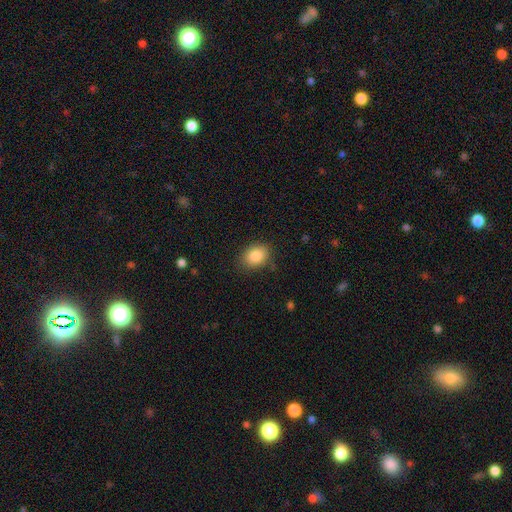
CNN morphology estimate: Smooth or featured?
  - smooth: 86% *
  - star or artifact: 8%
  - featured or disk: 6%
How rounded?
  - in between: 64% *
  - round: 35%
  - cigar-shaped: 1%
Merging?
  - none: 83% *
  - minor disturbance: 13%
  - major disturbance: 3%
  - merger: 1%